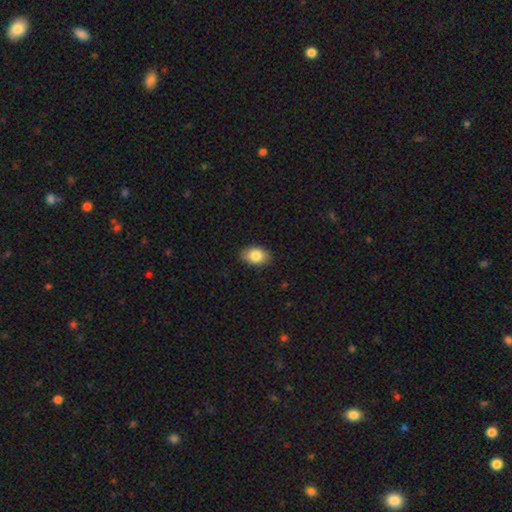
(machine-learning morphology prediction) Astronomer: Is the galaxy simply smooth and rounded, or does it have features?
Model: smooth — 83%.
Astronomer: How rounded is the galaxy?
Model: in between — 85%.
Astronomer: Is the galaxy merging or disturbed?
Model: none — 88%.